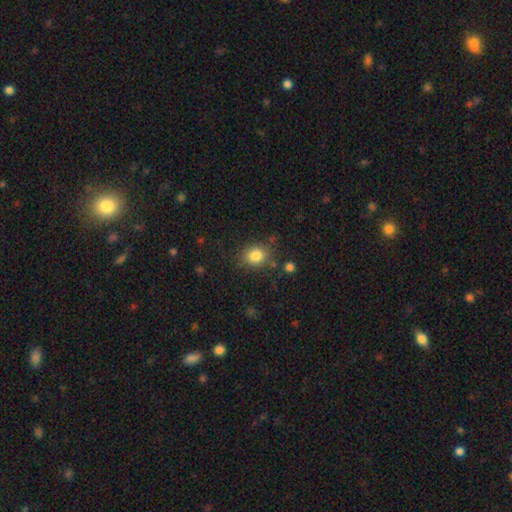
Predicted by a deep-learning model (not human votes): smooth-or-featured: smooth: 83% | star or artifact: 11% | featured or disk: 7%
  how-rounded: round: 59% | in between: 40% | cigar-shaped: 1%
  merging: none: 78% | minor disturbance: 14% | major disturbance: 4% | merger: 4%